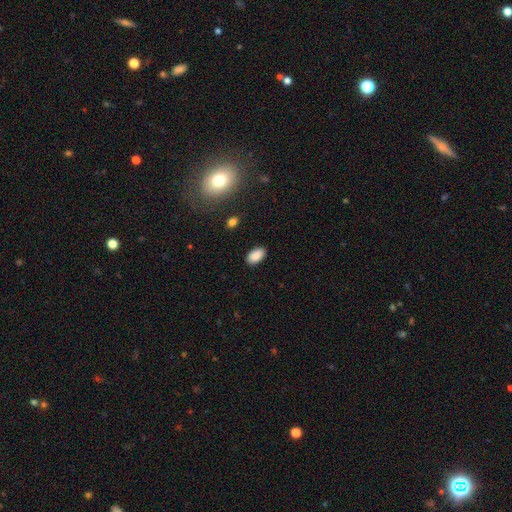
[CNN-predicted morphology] Smooth or featured?
  - smooth: 88% *
  - star or artifact: 8%
  - featured or disk: 4%
How rounded?
  - in between: 94% *
  - round: 4%
  - cigar-shaped: 2%
Merging?
  - none: 86% *
  - minor disturbance: 10%
  - major disturbance: 2%
  - merger: 1%